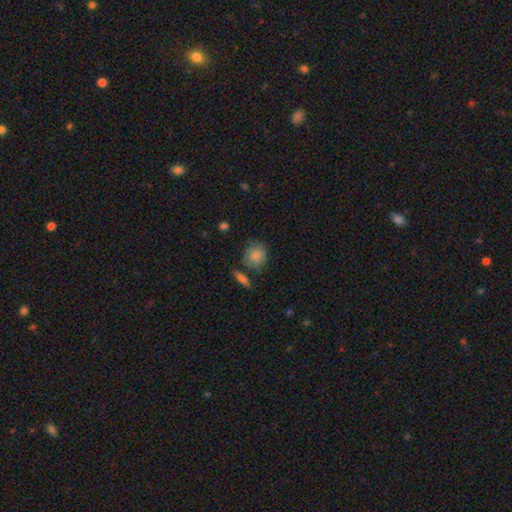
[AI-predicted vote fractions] This is clearly a smooth galaxy (82%). How rounded: likely round (77%). Merging: likely none (64%).